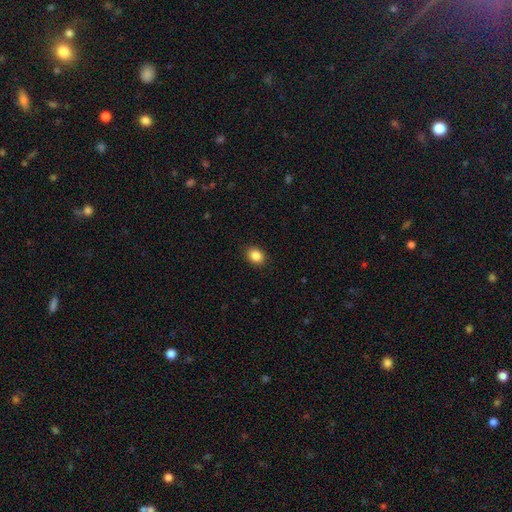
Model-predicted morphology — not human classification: This appears to be a smooth galaxy with no disk features (87%) that is in between round and cigar-shaped (56%). Merging: none (90%).